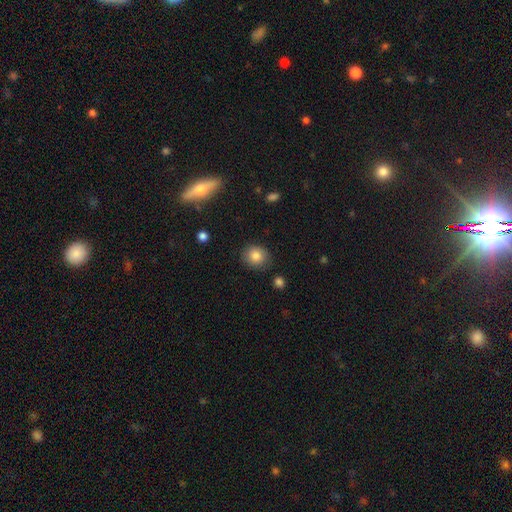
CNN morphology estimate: smooth 83%, star or artifact 9%, featured or disk 7%. Down the decision tree: how rounded — round (75%); merging — none (84%).